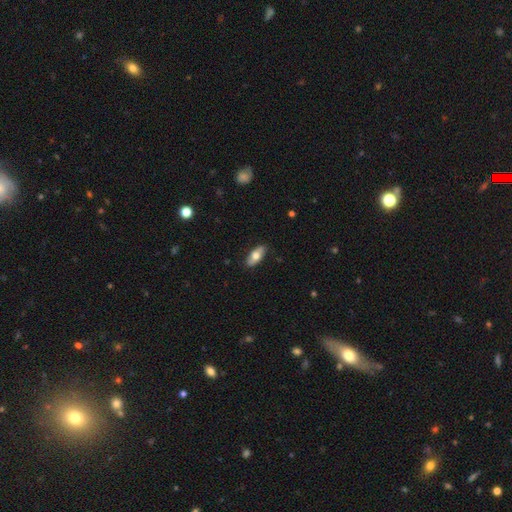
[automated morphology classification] Smooth or featured? Predicted: smooth (p=0.63). How rounded? Predicted: in between (p=0.85). Merging? Predicted: none (p=0.86).